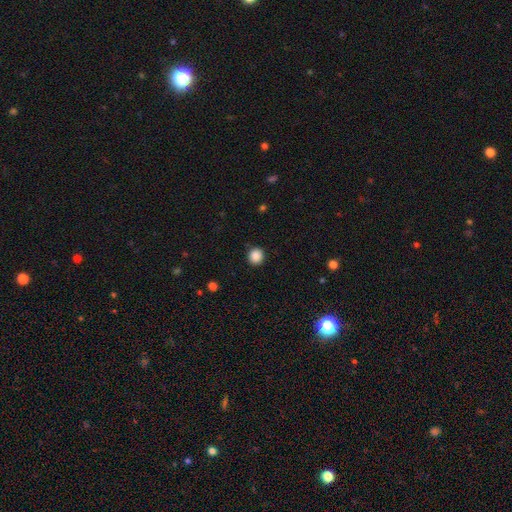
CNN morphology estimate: Smooth or featured: smooth — 88% (star or artifact — 10%)
How rounded: round — 91% (in between — 8%)
Merging: none — 91% (minor disturbance — 6%)